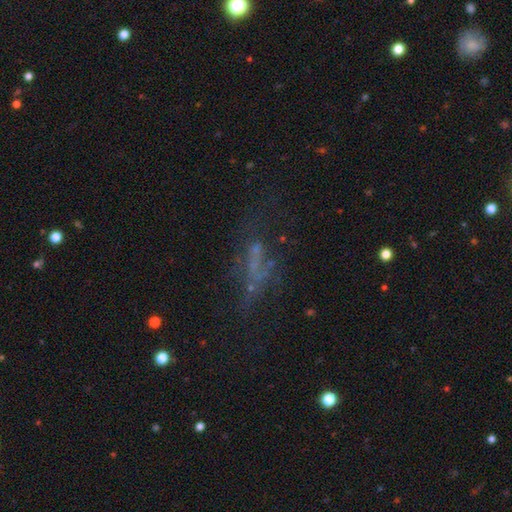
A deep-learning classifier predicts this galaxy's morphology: This is marginally a featured or disk galaxy (41%). Merging: marginally none (43%).